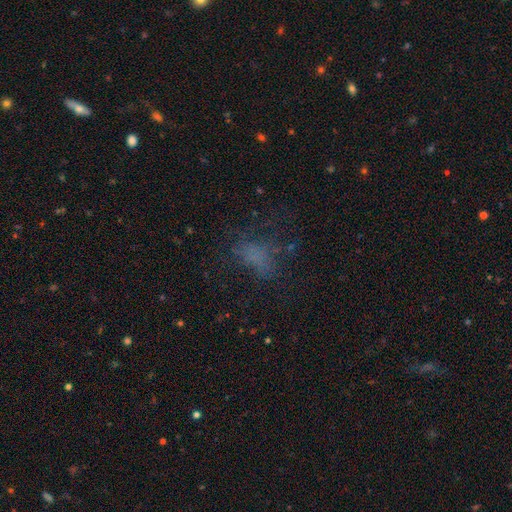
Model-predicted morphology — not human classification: Overall: smooth (51%; star or artifact 28%). How rounded: in between (75%). Merging: none (49%; major disturbance 29%).